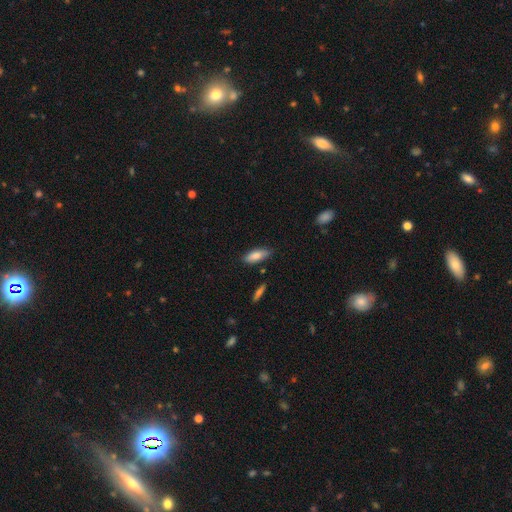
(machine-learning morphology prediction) Overall: smooth (81%). How rounded: in between (71%). Merging: none (80%).